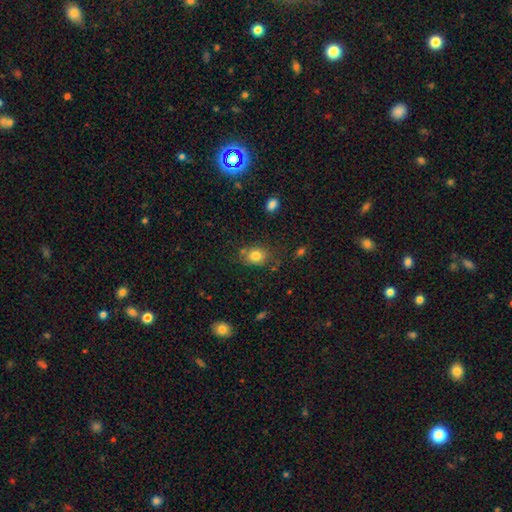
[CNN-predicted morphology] smooth-or-featured: smooth: 80% | star or artifact: 11% | featured or disk: 9%
  how-rounded: in between: 55% | round: 44% | cigar-shaped: 1%
  merging: none: 71% | minor disturbance: 17% | merger: 7% | major disturbance: 5%